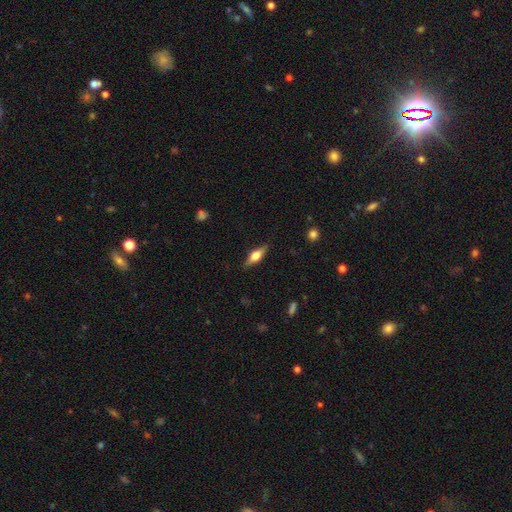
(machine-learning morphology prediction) This is possibly a featured or disk galaxy (48%). Merging: clearly none (85%).